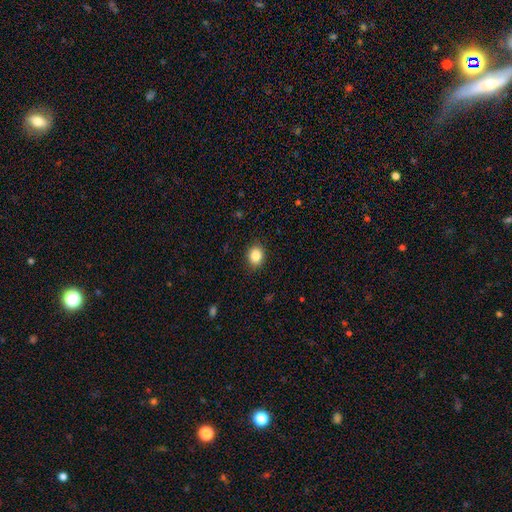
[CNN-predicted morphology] Smooth or featured: smooth — 86% (star or artifact — 9%)
How rounded: round — 53% (in between — 46%)
Merging: none — 88% (minor disturbance — 9%)